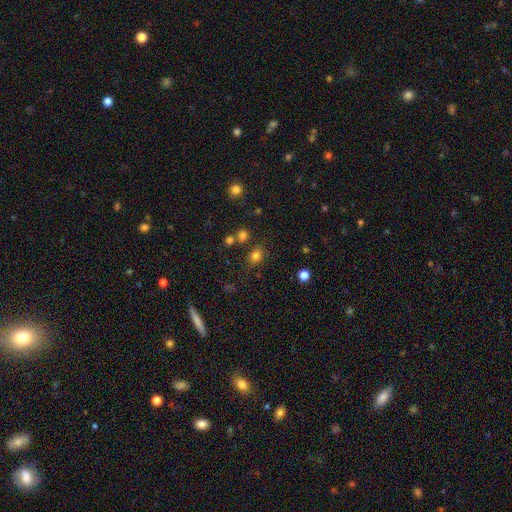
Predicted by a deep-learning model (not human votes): Smooth or featured?
  - smooth: 78% *
  - star or artifact: 15%
  - featured or disk: 7%
How rounded?
  - round: 61% *
  - in between: 38%
  - cigar-shaped: 1%
Merging?
  - none: 75% *
  - minor disturbance: 13%
  - merger: 8%
  - major disturbance: 5%